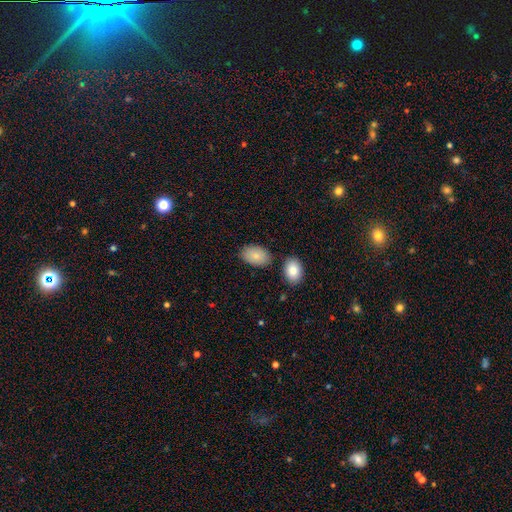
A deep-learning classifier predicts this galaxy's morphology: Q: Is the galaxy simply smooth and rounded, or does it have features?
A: smooth — 85%.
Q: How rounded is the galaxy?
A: in between — 91%.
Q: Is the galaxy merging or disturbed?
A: none — 77%.